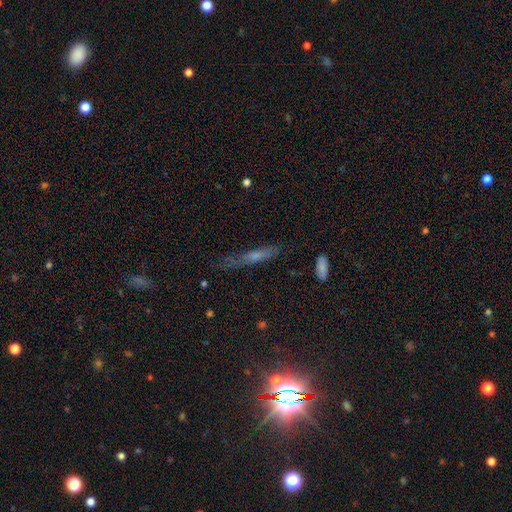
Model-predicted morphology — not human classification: smooth-or-featured: smooth: 40% | featured or disk: 39% | star or artifact: 21%
  merging: none: 66% | minor disturbance: 22% | major disturbance: 9% | merger: 3%